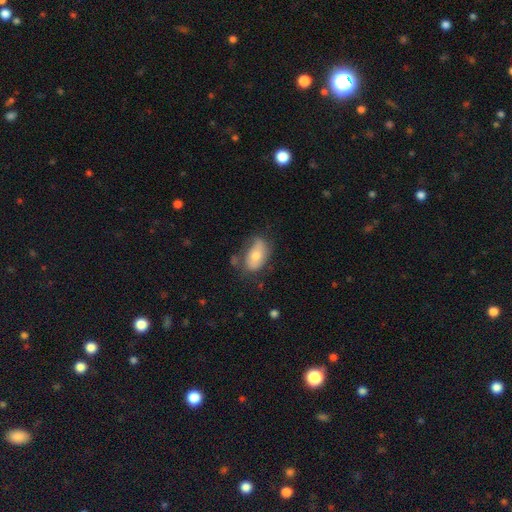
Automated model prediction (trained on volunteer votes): Smooth or featured?
  - smooth: 65% *
  - featured or disk: 27%
  - star or artifact: 7%
How rounded?
  - in between: 92% *
  - round: 6%
  - cigar-shaped: 3%
Merging?
  - none: 53% *
  - minor disturbance: 30%
  - major disturbance: 12%
  - merger: 6%